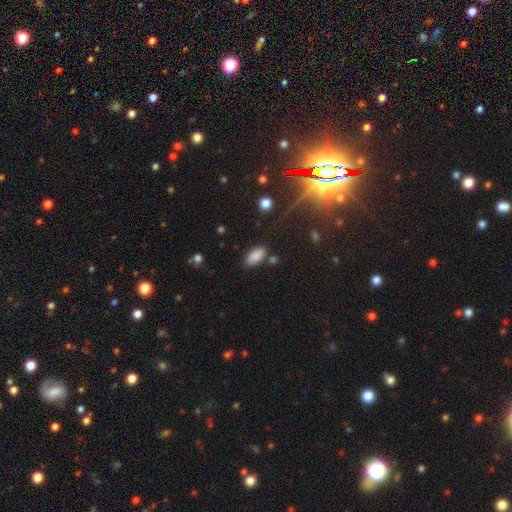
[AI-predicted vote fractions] The model was most divided on "merging": none: 81%, minor disturbance: 12%, merger: 4%, major disturbance: 3%. More confident: how rounded — in between (89%); smooth or featured — smooth (87%).